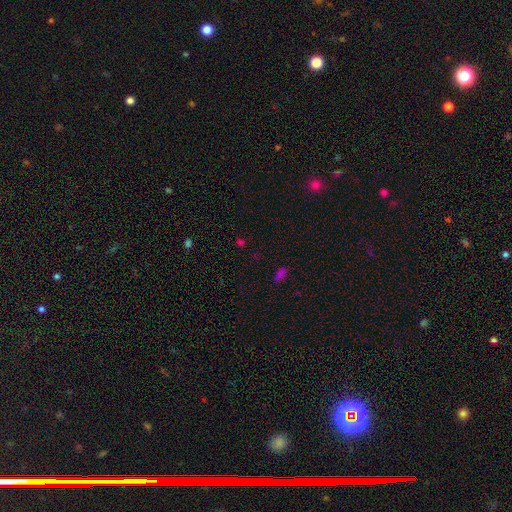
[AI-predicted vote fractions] A smooth galaxy with no disk features (51%) that is in between round and cigar-shaped (57%).

Vote fractions:
- Smooth or featured? smooth: 51% / star or artifact: 43% / featured or disk: 6%
- How rounded? in between: 57% / round: 37% / cigar-shaped: 7%
- Merging? none: 80% / minor disturbance: 11% / major disturbance: 5% / merger: 4%